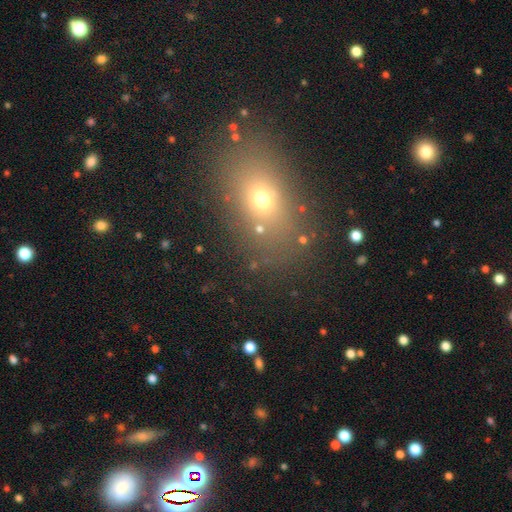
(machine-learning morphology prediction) The model was most divided on "smooth or featured": smooth: 58%, star or artifact: 30%, featured or disk: 12%. More confident: merging — none (83%); how rounded — in between (63%).